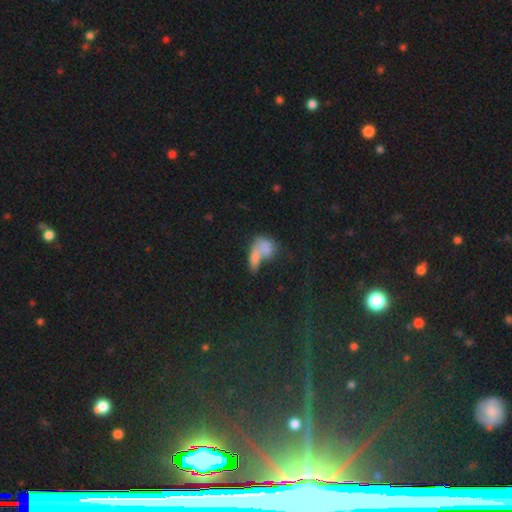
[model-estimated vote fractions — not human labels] This appears to be a smooth galaxy with no disk features (71%) that is in between round and cigar-shaped (67%). Merging: merger (62%).